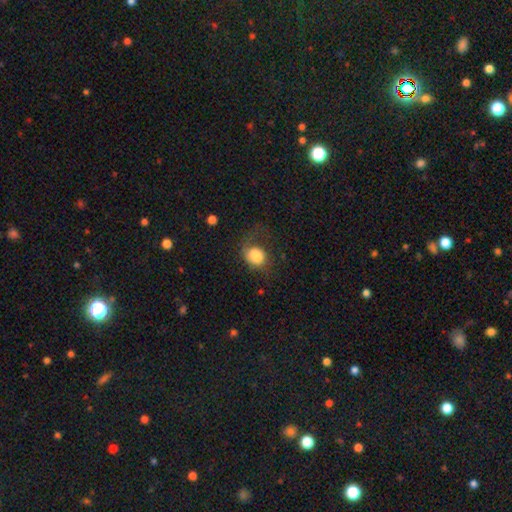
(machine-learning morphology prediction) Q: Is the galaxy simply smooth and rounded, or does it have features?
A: smooth — 78%.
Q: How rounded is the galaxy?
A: in between — 52%.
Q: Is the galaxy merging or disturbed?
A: none — 36%.